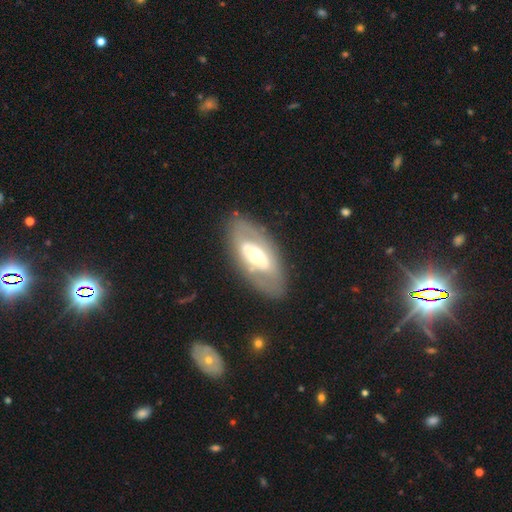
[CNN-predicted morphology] Q: Smooth or featured?
A: featured or disk (67%); runner-up: smooth (27%)
Q: Edge-on disk?
A: no (88%); runner-up: yes (12%)
Q: Bar?
A: no (65%); runner-up: weak (21%)
Q: Spiral arms?
A: no (72%); runner-up: yes (28%)
Q: Bulge size?
A: moderate (64%); runner-up: large (25%)
Q: Merging?
A: none (78%); runner-up: minor disturbance (13%)